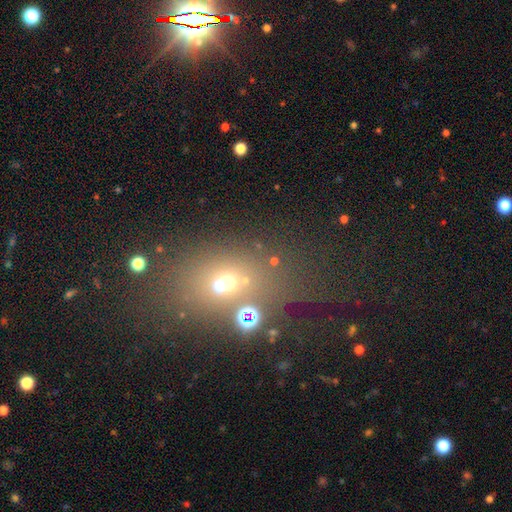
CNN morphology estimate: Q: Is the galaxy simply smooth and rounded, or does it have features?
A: smooth — 46%.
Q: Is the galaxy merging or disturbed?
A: none — 67%.